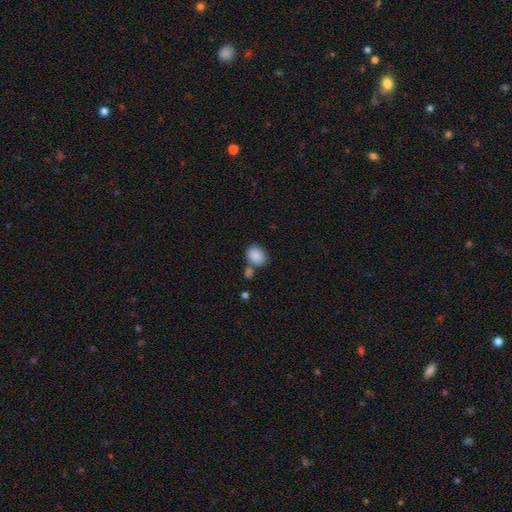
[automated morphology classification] A smooth galaxy with no disk features (88%) that is in between round and cigar-shaped (60%).

Vote fractions:
- Smooth or featured? smooth: 88% / star or artifact: 8% / featured or disk: 4%
- How rounded? in between: 60% / round: 39% / cigar-shaped: 1%
- Merging? none: 61% / merger: 20% / minor disturbance: 14% / major disturbance: 5%